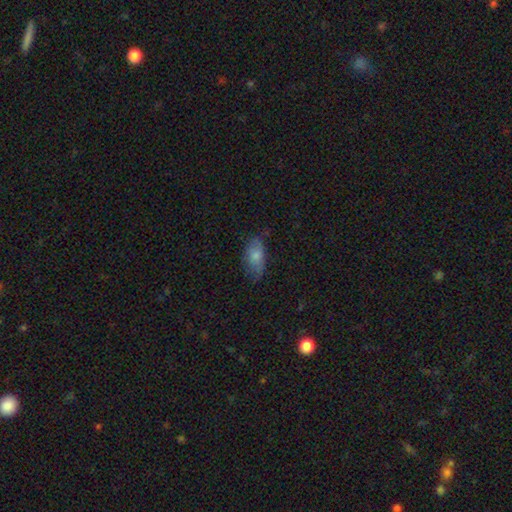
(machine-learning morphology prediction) Overall: smooth (74%). How rounded: in between (90%). Merging: none (60%; minor disturbance 30%).